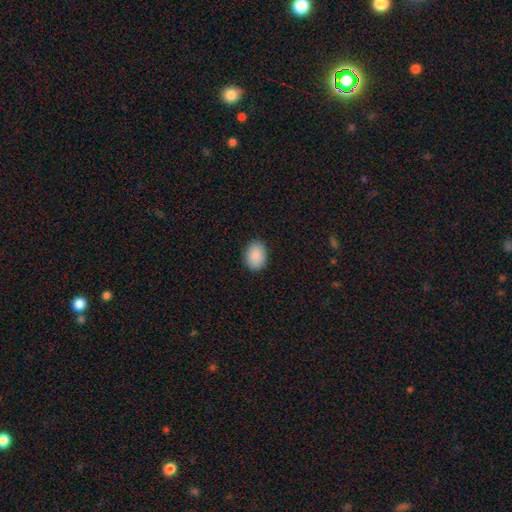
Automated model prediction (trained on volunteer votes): A smooth galaxy with no disk features (90%) that is in between round and cigar-shaped (74%).

Vote fractions:
- Smooth or featured? smooth: 90% / star or artifact: 7% / featured or disk: 3%
- How rounded? in between: 74% / round: 25% / cigar-shaped: 1%
- Merging? none: 87% / minor disturbance: 10% / major disturbance: 2% / merger: 1%